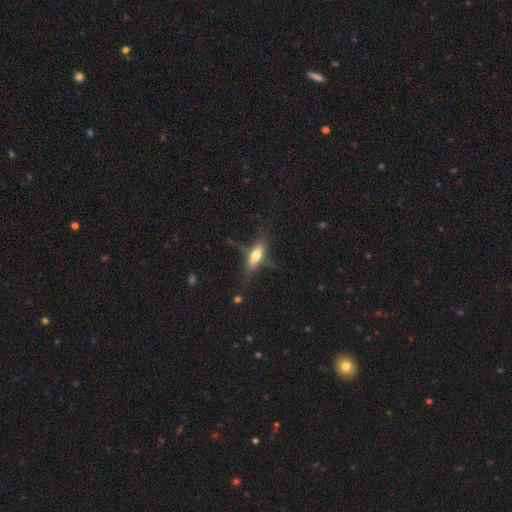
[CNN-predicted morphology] This appears to be a smooth galaxy with no disk features (51%) that is in between round and cigar-shaped (58%). Merging: none (56%).